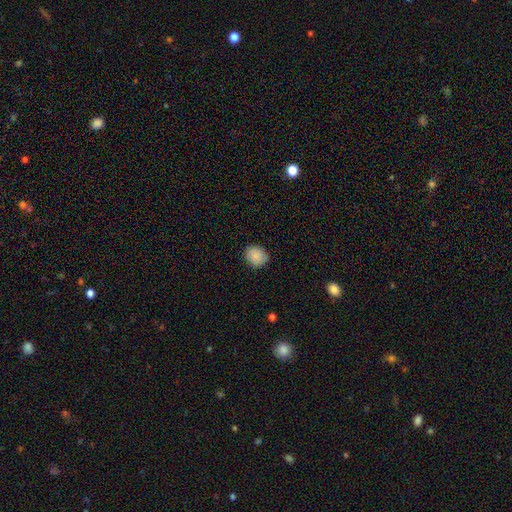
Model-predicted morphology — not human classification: A smooth galaxy with no disk features (88%) that is round (65%). Merging: none (83%).